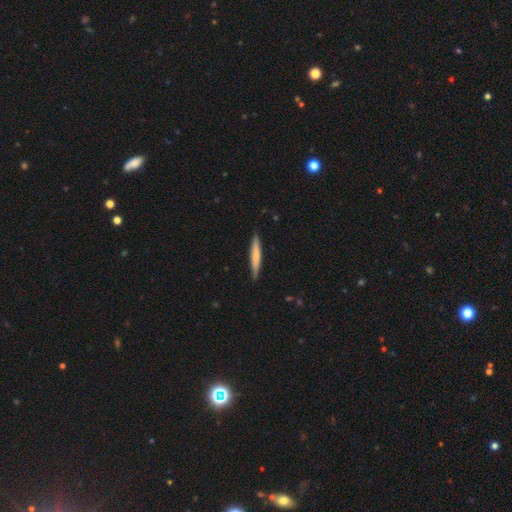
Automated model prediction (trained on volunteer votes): Overall: smooth (62%; featured or disk 32%). How rounded: cigar-shaped (94%). Merging: none (87%).